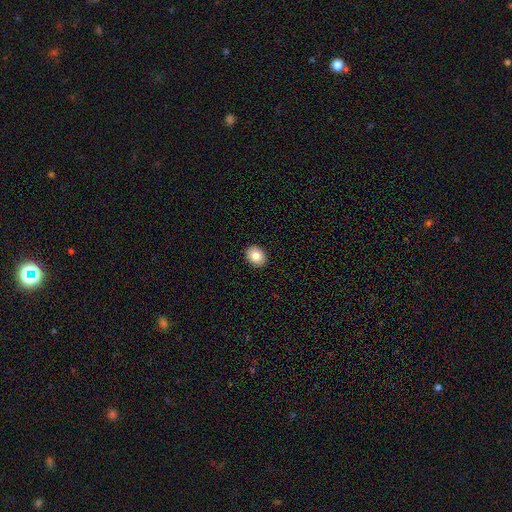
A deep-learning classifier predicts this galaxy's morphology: The model was most divided on "how rounded": in between: 50%, round: 49%, cigar-shaped: 1%. More confident: merging — none (92%); smooth or featured — smooth (83%).